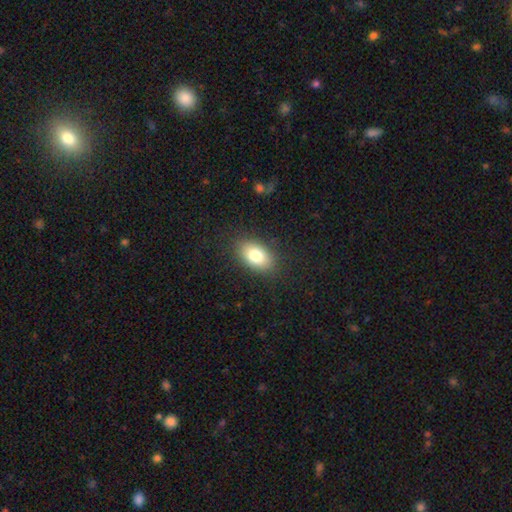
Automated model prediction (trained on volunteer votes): The model was most divided on "smooth or featured": smooth: 79%, featured or disk: 12%, star or artifact: 9%. More confident: how rounded — in between (89%); merging — none (86%).